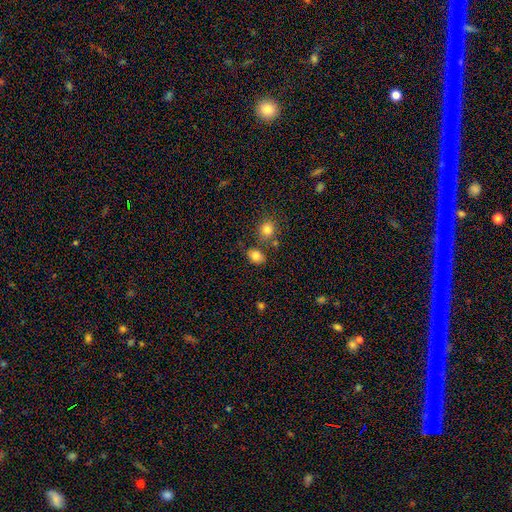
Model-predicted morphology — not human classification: A smooth galaxy with no disk features (84%) that is in between round and cigar-shaped (63%). Merging: none (72%).